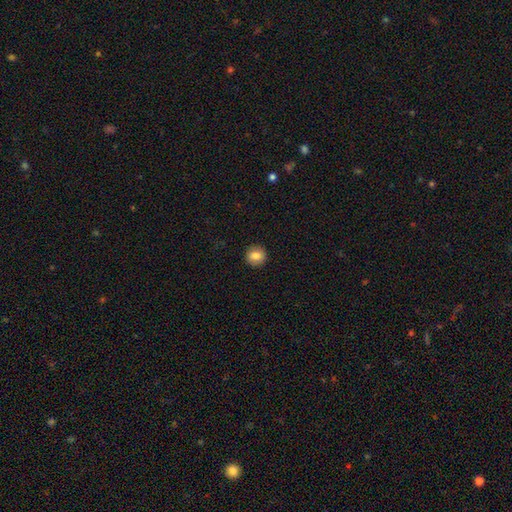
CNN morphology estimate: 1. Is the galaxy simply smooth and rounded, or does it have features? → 82% smooth, 9% star or artifact, 9% featured or disk.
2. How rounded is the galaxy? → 90% round, 9% in between, 1% cigar-shaped.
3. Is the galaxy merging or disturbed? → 92% none, 5% minor disturbance, 2% major disturbance, 1% merger.